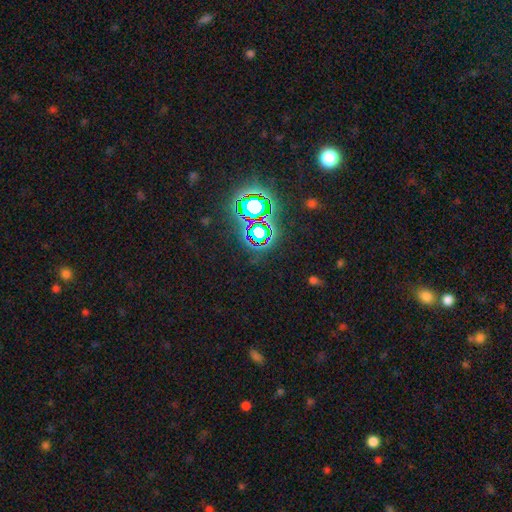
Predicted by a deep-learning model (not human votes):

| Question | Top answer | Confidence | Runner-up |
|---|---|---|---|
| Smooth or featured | star or artifact | 79% | smooth (14%) |